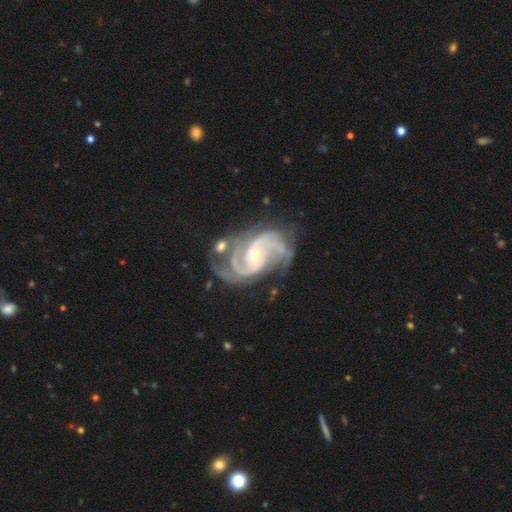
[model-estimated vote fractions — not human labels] Smooth or featured?
  - featured or disk: 92% *
  - star or artifact: 5%
  - smooth: 3%
Edge-on disk?
  - no: 98% *
  - yes: 2%
Bar?
  - no: 60% *
  - weak: 29%
  - strong: 11%
Spiral arms?
  - yes: 98% *
  - no: 2%
Spiral winding?
  - medium: 46% *
  - tight: 44%
  - loose: 10%
Spiral arm count?
  - 2: 45% *
  - 3: 27%
  - can't tell: 10%
  - 4: 8%
  - more than 4: 5%
  - 1: 5%
Bulge size?
  - small: 68% *
  - moderate: 29%
  - large: 1%
  - none: 1%
  - dominant: 1%
Merging?
  - none: 52% *
  - minor disturbance: 23%
  - major disturbance: 16%
  - merger: 9%